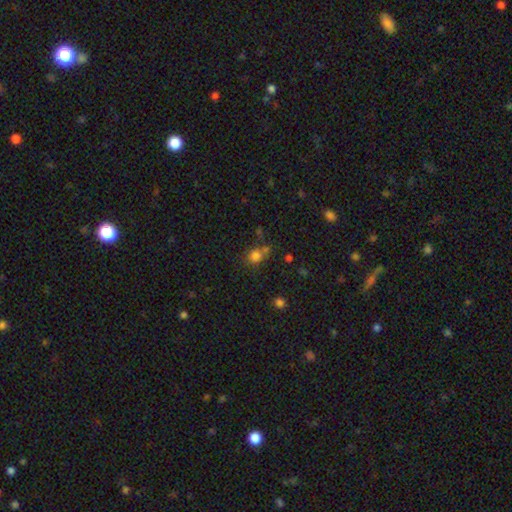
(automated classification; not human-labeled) Smooth or featured? Predicted: smooth (p=0.77). How rounded? Predicted: round (p=0.72). Merging? Predicted: none (p=0.52).